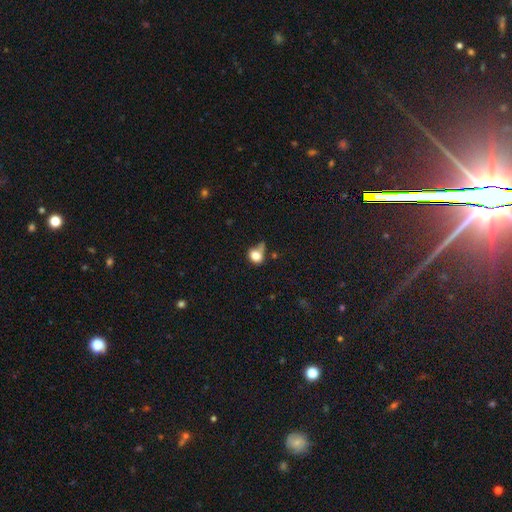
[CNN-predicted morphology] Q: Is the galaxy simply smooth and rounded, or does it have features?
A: smooth — 78%.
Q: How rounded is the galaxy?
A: round — 59%.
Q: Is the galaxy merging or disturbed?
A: none — 38%.